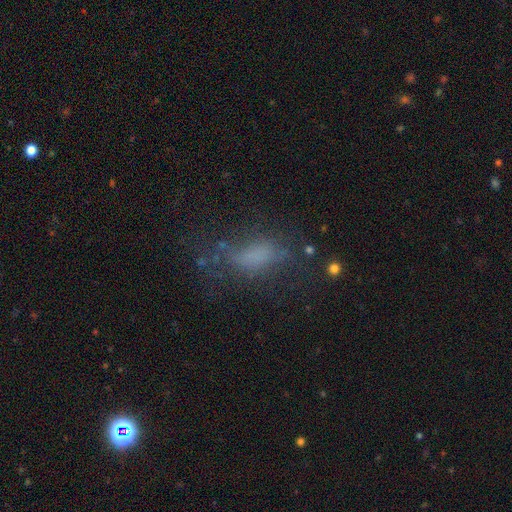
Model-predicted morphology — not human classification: smooth 56%, featured or disk 26%, star or artifact 18%. Down the decision tree: how rounded — in between (73%); merging — none (48%).